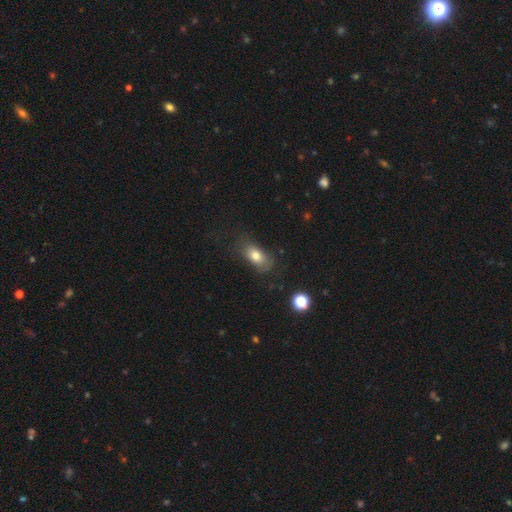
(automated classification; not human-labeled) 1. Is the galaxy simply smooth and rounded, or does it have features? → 76% smooth, 14% featured or disk, 10% star or artifact.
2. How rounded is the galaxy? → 84% in between, 10% round, 5% cigar-shaped.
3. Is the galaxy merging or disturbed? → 62% none, 24% minor disturbance, 12% major disturbance, 2% merger.